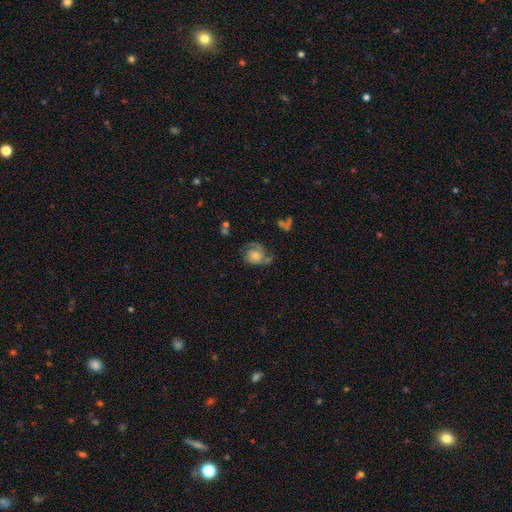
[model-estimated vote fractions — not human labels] Smooth or featured?
  - featured or disk: 59% *
  - smooth: 32%
  - star or artifact: 9%
Edge-on disk?
  - no: 97% *
  - yes: 3%
Bar?
  - no: 78% *
  - weak: 19%
  - strong: 3%
Spiral arms?
  - yes: 86% *
  - no: 14%
Bulge size?
  - moderate: 45% *
  - small: 28%
  - large: 17%
  - none: 8%
  - dominant: 3%
Merging?
  - none: 45% *
  - minor disturbance: 25%
  - major disturbance: 23%
  - merger: 7%